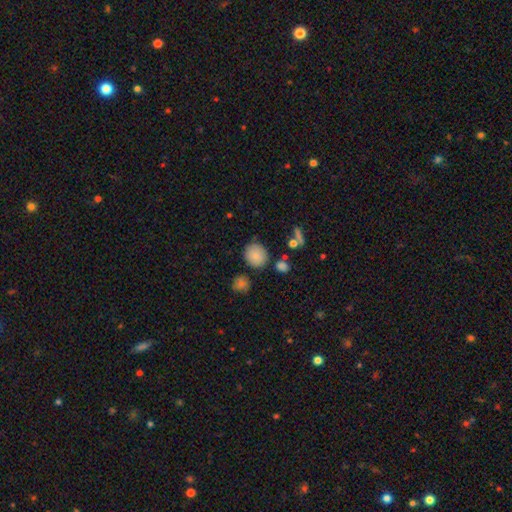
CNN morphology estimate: A smooth galaxy with no disk features (83%) that is round (82%).

Vote fractions:
- Smooth or featured? smooth: 83% / star or artifact: 10% / featured or disk: 7%
- How rounded? round: 82% / in between: 17% / cigar-shaped: 1%
- Merging? none: 78% / minor disturbance: 13% / merger: 6% / major disturbance: 3%